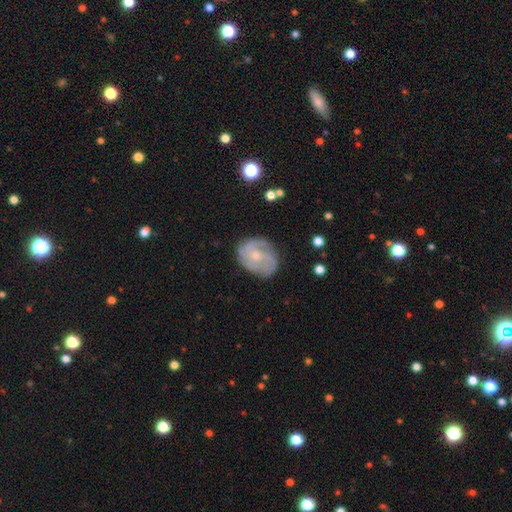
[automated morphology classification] Smooth or featured? Predicted: featured or disk (p=0.73). Edge-on disk? Predicted: no (p=0.97). Bar? Predicted: no (p=0.72). Spiral arms? Predicted: yes (p=0.88). Spiral winding? Predicted: tight (p=0.45). Spiral arm count? Predicted: 2 (p=0.35). Bulge size? Predicted: small (p=0.65). Merging? Predicted: none (p=0.70).